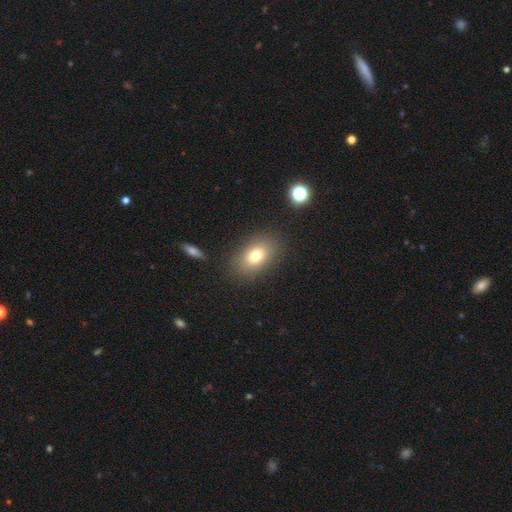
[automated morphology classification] This is likely a smooth galaxy (75%). How rounded: clearly in between (83%). Merging: clearly none (85%).